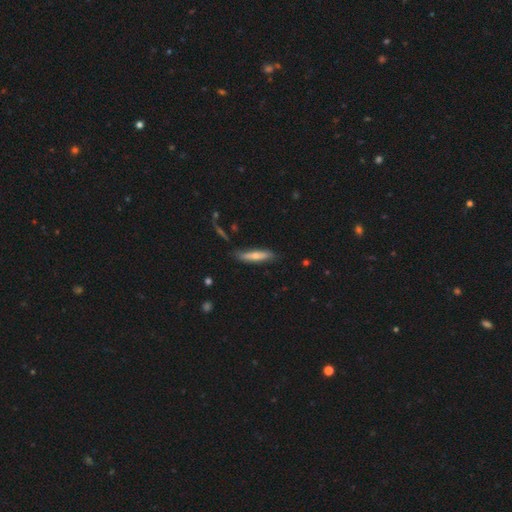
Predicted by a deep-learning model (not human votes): smooth_or_featured: smooth (p=0.56) [alt: featured or disk p=0.38]
how_rounded: cigar-shaped (p=0.83) [alt: in between p=0.15]
merging: none (p=0.78) [alt: minor disturbance p=0.16]